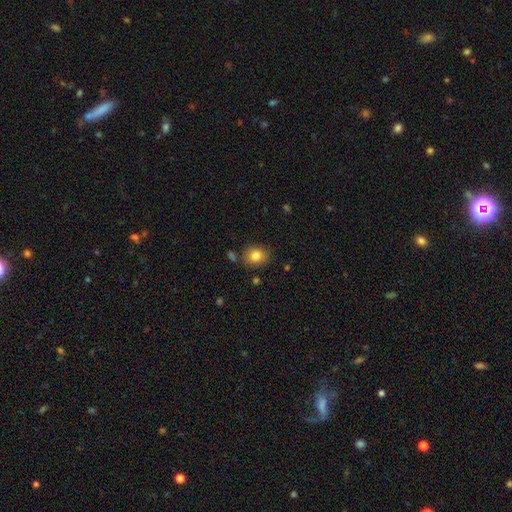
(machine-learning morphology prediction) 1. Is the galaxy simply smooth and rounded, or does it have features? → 83% smooth, 10% star or artifact, 7% featured or disk.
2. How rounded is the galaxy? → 59% round, 40% in between, 1% cigar-shaped.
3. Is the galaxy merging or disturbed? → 81% none, 12% minor disturbance, 4% merger, 3% major disturbance.